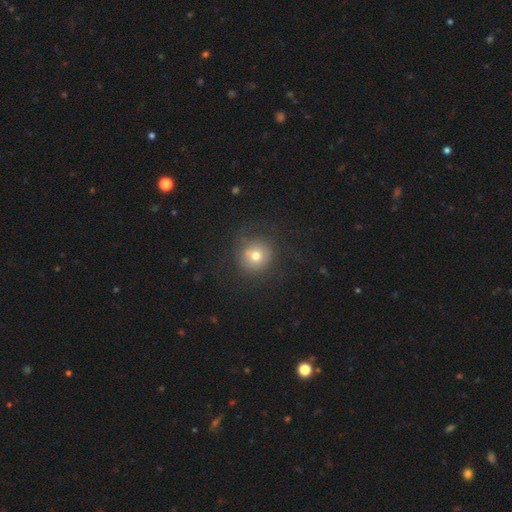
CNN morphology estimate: Smooth or featured?
  - smooth: 70% *
  - featured or disk: 16%
  - star or artifact: 14%
How rounded?
  - round: 92% *
  - in between: 7%
  - cigar-shaped: 1%
Merging?
  - none: 75% *
  - minor disturbance: 13%
  - major disturbance: 10%
  - merger: 2%